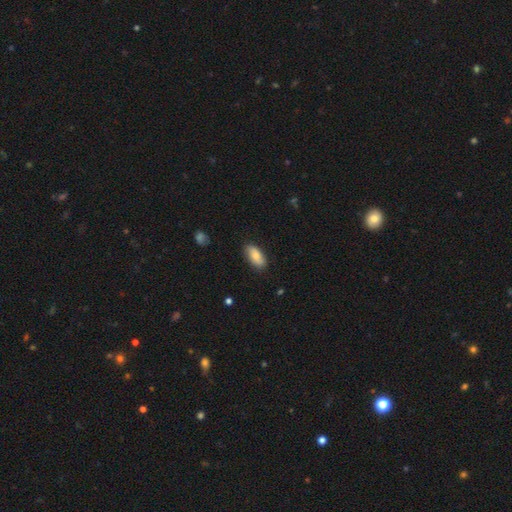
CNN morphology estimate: A smooth galaxy with no disk features (80%) that is in between round and cigar-shaped (90%).

Vote fractions:
- Smooth or featured? smooth: 80% / featured or disk: 14% / star or artifact: 6%
- How rounded? in between: 90% / cigar-shaped: 8% / round: 2%
- Merging? none: 83% / minor disturbance: 14% / major disturbance: 2% / merger: 1%